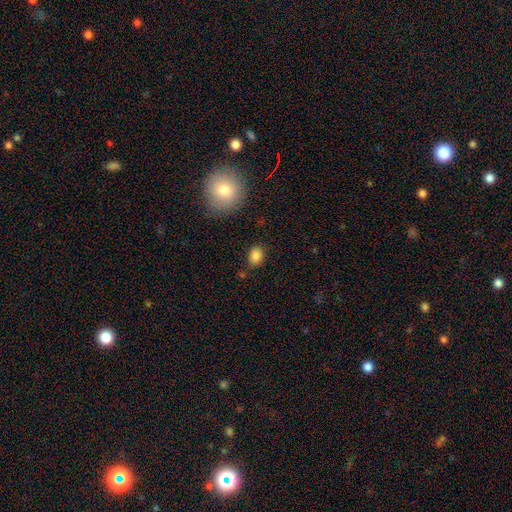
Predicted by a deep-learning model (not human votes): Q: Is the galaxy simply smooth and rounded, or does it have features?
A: smooth — 84%.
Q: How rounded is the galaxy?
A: in between — 67%.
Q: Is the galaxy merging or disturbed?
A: none — 79%.